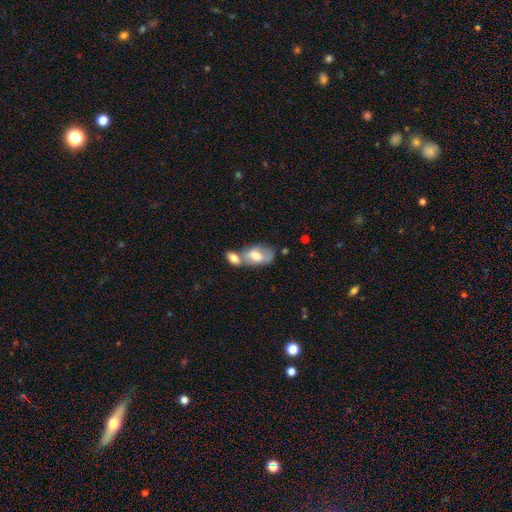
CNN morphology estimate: The model was most divided on "smooth or featured": smooth: 61%, featured or disk: 33%, star or artifact: 6%. More confident: how rounded — in between (92%); merging — merger (58%).